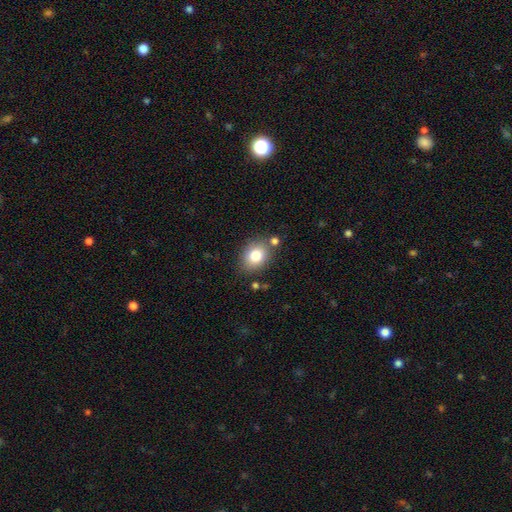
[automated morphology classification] type=smooth (80%); roundness=in between (57%); merging=none (77%).